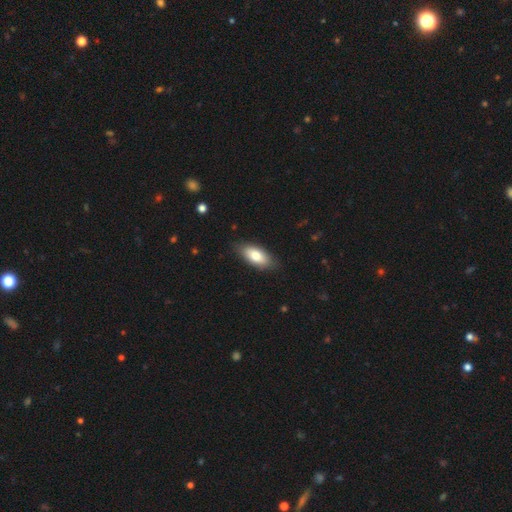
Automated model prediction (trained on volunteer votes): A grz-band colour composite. It shows a smooth galaxy with no disk features (77%) that is in between round and cigar-shaped (88%). Merging: none (83%).